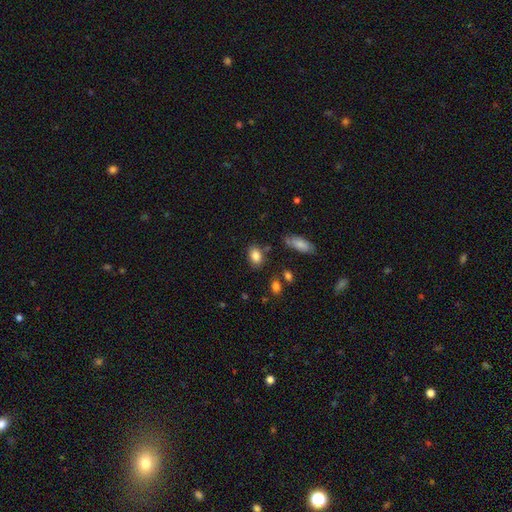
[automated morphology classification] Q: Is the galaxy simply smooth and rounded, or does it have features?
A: smooth — 84%.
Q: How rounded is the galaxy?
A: in between — 81%.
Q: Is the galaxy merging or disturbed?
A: none — 78%.